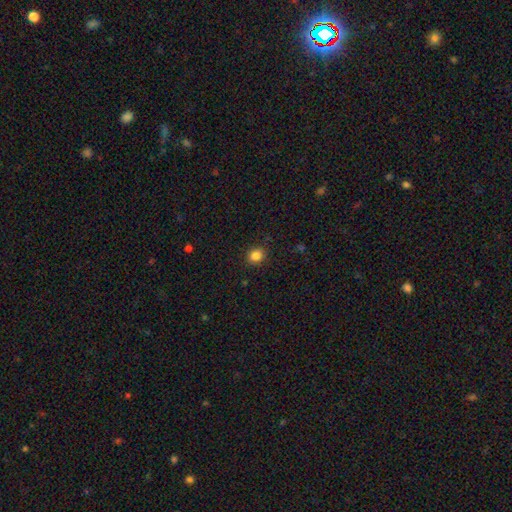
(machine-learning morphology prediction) Q: Smooth or featured?
A: smooth (85%); runner-up: star or artifact (11%)
Q: How rounded?
A: round (68%); runner-up: in between (32%)
Q: Merging?
A: none (89%); runner-up: minor disturbance (8%)